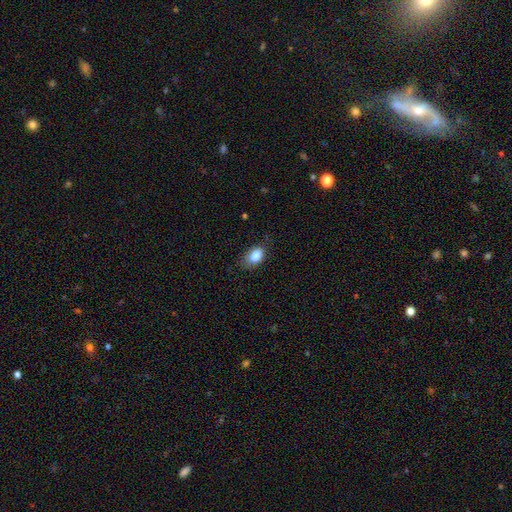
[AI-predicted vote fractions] Smooth or featured: smooth — 86% (star or artifact — 8%)
How rounded: in between — 88% (round — 10%)
Merging: none — 70% (minor disturbance — 23%)